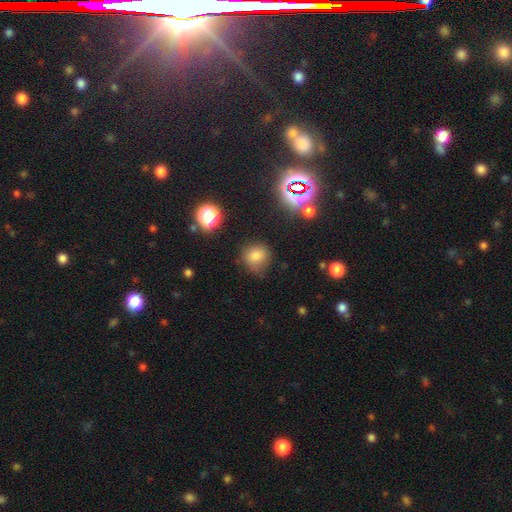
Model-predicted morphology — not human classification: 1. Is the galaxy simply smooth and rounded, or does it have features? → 76% smooth, 17% star or artifact, 7% featured or disk.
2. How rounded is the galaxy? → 85% round, 14% in between, 1% cigar-shaped.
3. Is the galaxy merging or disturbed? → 76% none, 16% minor disturbance, 5% major disturbance, 3% merger.